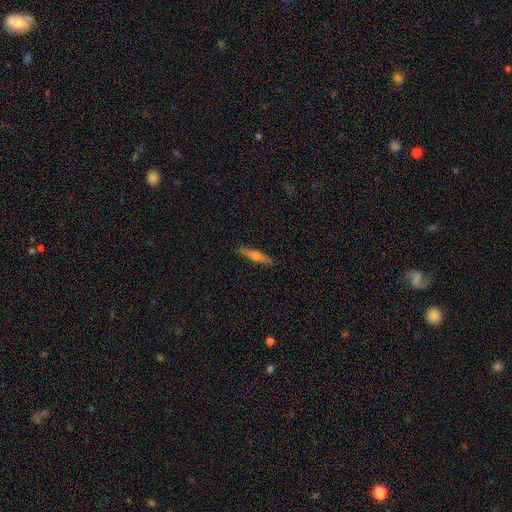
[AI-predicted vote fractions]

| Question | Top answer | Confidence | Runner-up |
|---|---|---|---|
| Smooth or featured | featured or disk | 49% | smooth (44%) |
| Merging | none | 89% | minor disturbance (8%) |